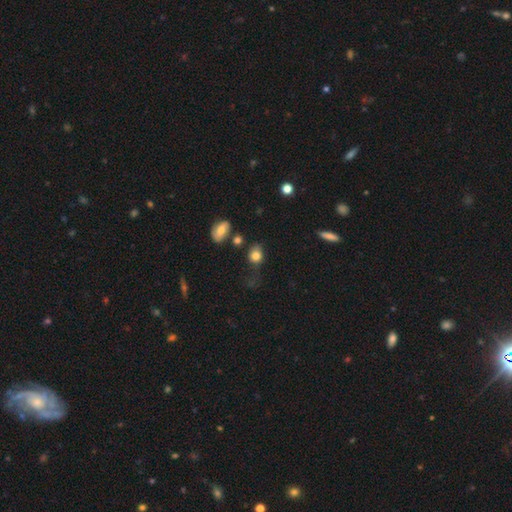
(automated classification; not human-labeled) smooth 80%, star or artifact 10%, featured or disk 10%. Down the decision tree: how rounded — round (50%); merging — none (51%).